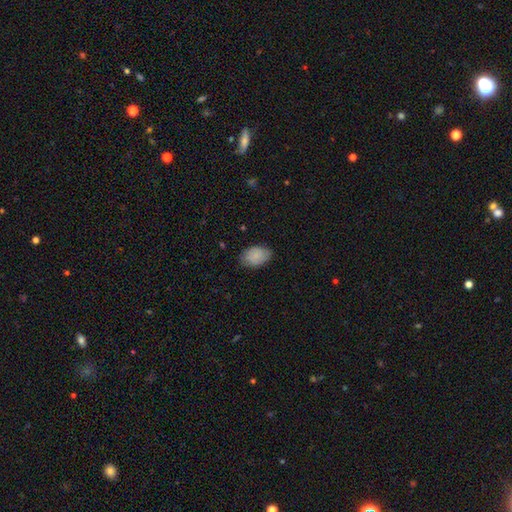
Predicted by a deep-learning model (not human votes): Smooth or featured? smooth (83%)
How rounded? in between (87%)
Merging? none (77%)